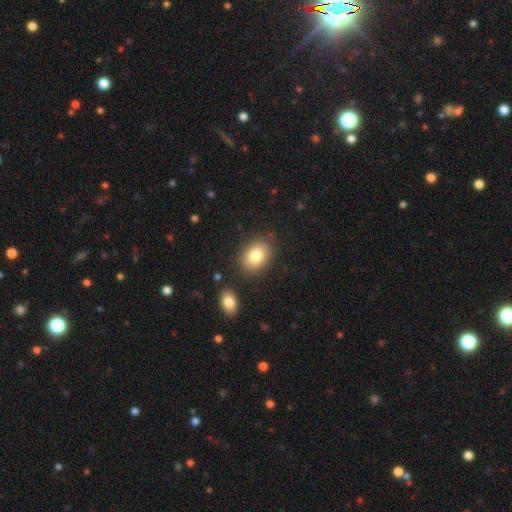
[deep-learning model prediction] Smooth or featured?
  - smooth: 82% *
  - featured or disk: 10%
  - star or artifact: 9%
How rounded?
  - in between: 71% *
  - round: 28%
  - cigar-shaped: 1%
Merging?
  - none: 84% *
  - minor disturbance: 10%
  - merger: 4%
  - major disturbance: 3%